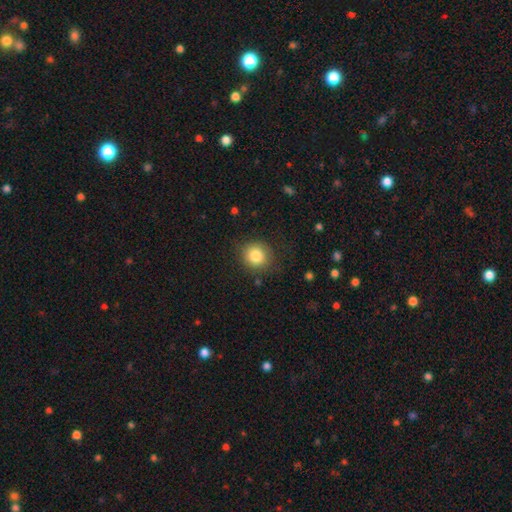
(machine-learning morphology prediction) Overall: smooth (83%). How rounded: round (86%). Merging: none (82%).